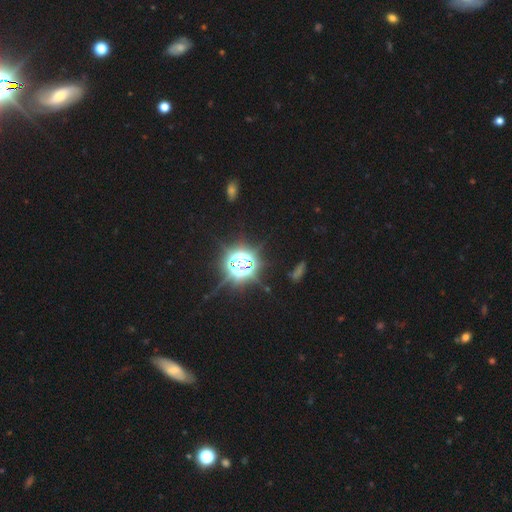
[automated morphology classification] A star or artifact, not a galaxy (78%).

Vote fractions:
- Smooth or featured? star or artifact: 78% / smooth: 15% / featured or disk: 7%